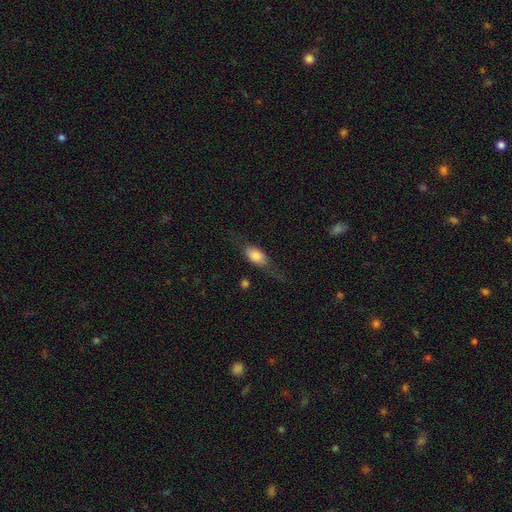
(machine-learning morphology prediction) This is likely a smooth galaxy (72%). How rounded: clearly in between (81%). Merging: possibly none (54%).